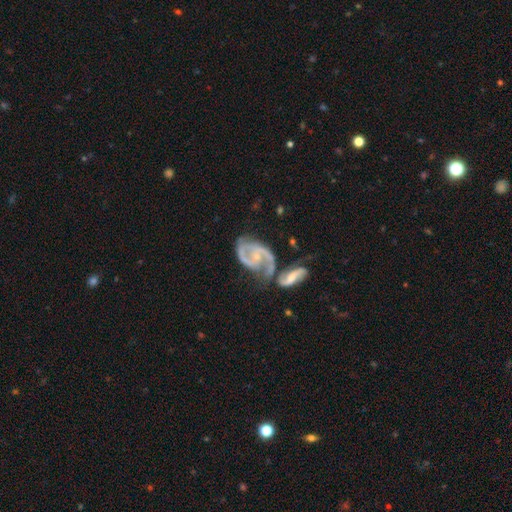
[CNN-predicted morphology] featured or disk 89%, smooth 6%, star or artifact 5%. Down the decision tree: edge-on disk — no (97%); bar — no (44%); spiral arms — yes (96%); spiral arm count — 2 (88%); spiral winding — medium (55%); bulge size — small (72%); merging — merger (39%).